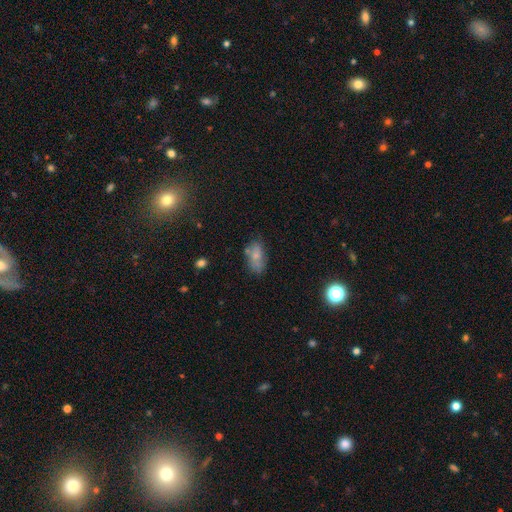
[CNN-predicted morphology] The model was most divided on "merging": none: 62%, minor disturbance: 24%, merger: 7%, major disturbance: 7%. More confident: how rounded — in between (90%); smooth or featured — smooth (72%).